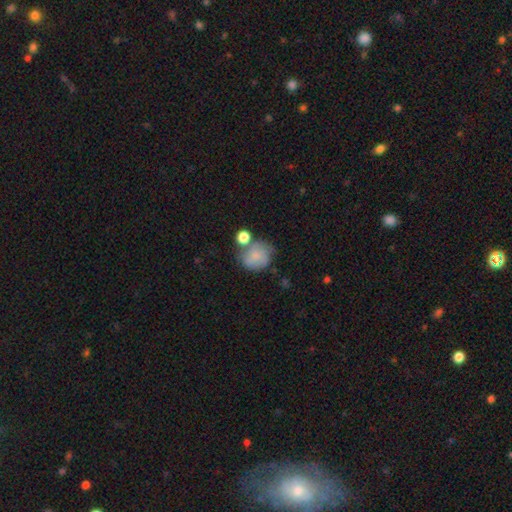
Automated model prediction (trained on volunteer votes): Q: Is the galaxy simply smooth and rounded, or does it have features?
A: smooth — 65%.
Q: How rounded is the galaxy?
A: round — 74%.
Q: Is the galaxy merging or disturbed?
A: none — 48%.